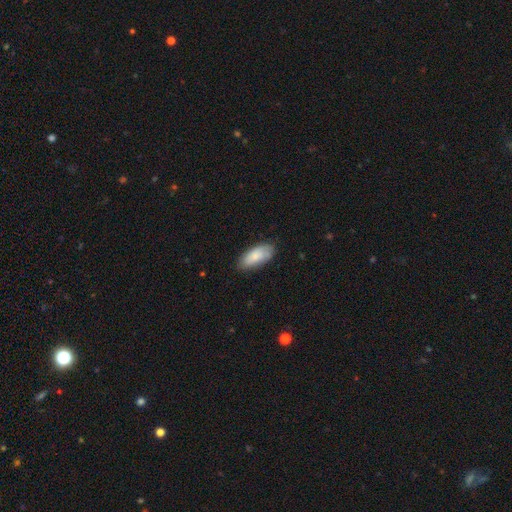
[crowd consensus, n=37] Morphology: type=smooth (76%); roundness=in between (86%); merging=none (86%).